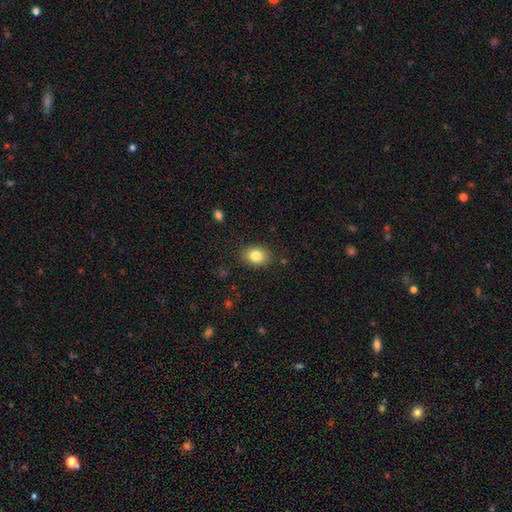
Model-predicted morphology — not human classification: This is clearly a smooth galaxy (83%). How rounded: likely in between (61%). Merging: clearly none (86%).